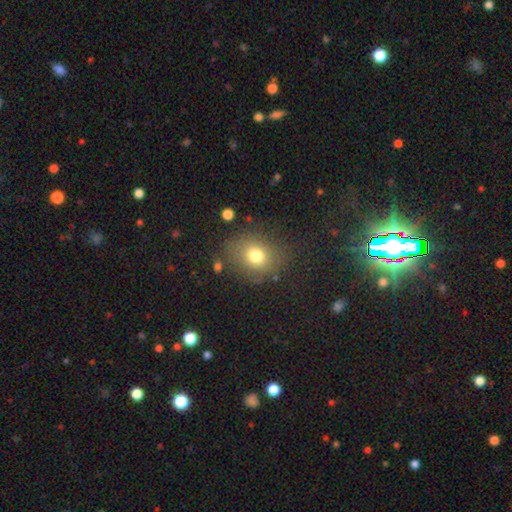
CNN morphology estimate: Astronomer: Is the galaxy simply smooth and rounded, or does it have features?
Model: smooth — 75%.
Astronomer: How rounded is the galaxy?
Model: round — 59% (runner-up: in between, 40%).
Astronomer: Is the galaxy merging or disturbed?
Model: none — 78%.